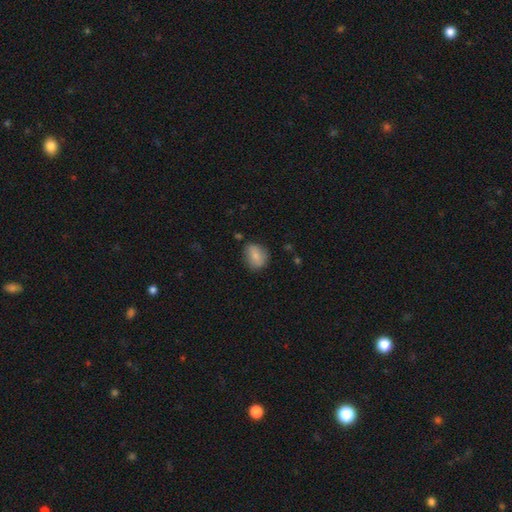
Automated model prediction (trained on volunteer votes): This appears to be a smooth galaxy with no disk features (79%) that is in between round and cigar-shaped (58%). Merging: none (74%).